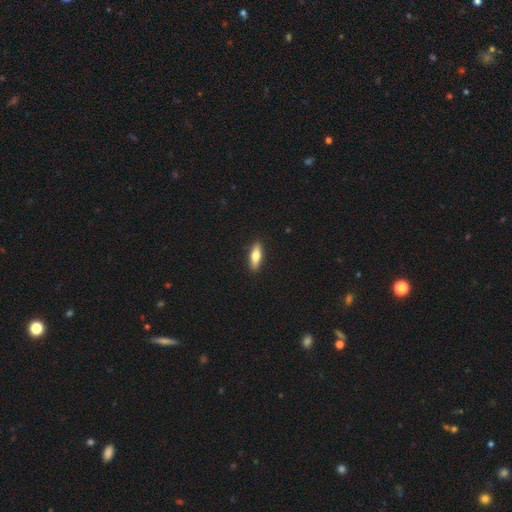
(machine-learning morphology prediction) A smooth galaxy with no disk features (67%) that is in between round and cigar-shaped (52%).

Vote fractions:
- Smooth or featured? smooth: 67% / featured or disk: 27% / star or artifact: 6%
- How rounded? in between: 52% / cigar-shaped: 46% / round: 2%
- Merging? none: 89% / minor disturbance: 8% / major disturbance: 2% / merger: 1%